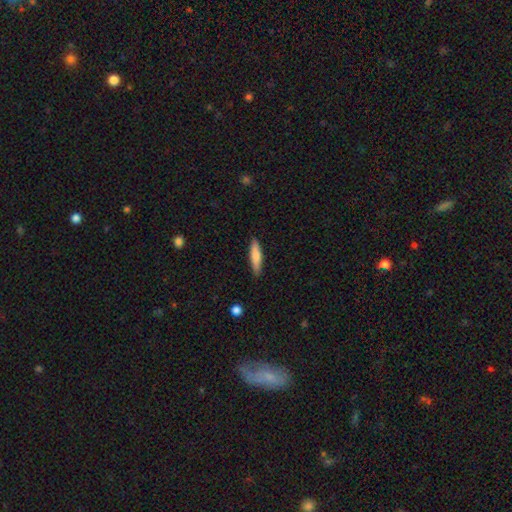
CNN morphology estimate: This is likely a smooth galaxy (73%). How rounded: clearly cigar-shaped (81%). Merging: clearly none (88%).